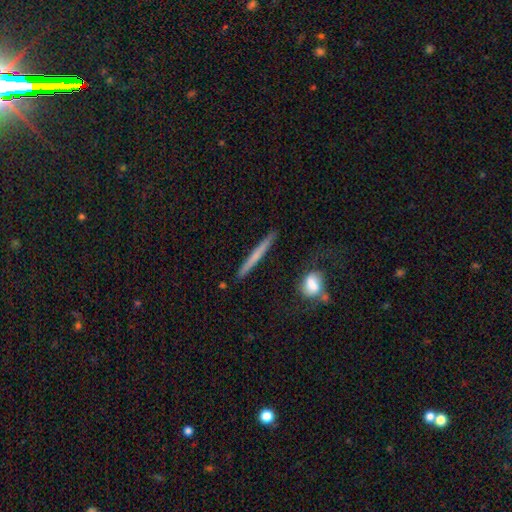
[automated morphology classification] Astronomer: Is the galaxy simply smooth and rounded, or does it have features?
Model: smooth — 52% (runner-up: featured or disk, 42%).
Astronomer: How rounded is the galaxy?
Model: cigar-shaped — 95%.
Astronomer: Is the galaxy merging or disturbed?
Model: none — 85%.